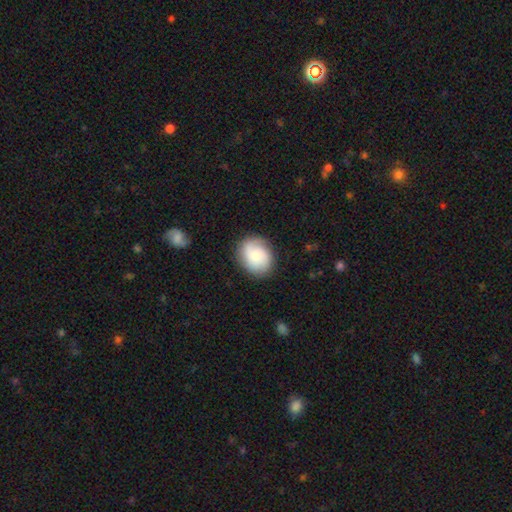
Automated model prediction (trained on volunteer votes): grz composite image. It shows a smooth galaxy with no disk features (59%) that is round (56%). Merging: none (80%).